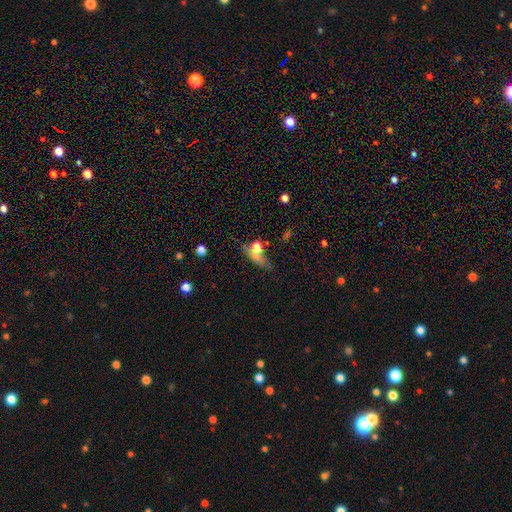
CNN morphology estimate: Overall: smooth (47%; star or artifact 27%). Merging: none (50%; minor disturbance 21%).